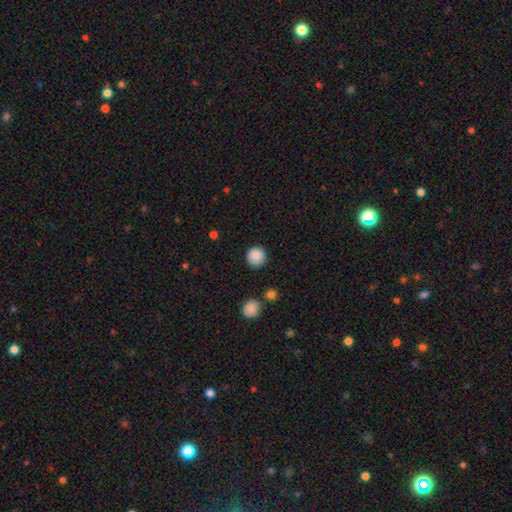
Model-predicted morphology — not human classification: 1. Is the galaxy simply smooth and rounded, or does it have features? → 87% smooth, 9% star or artifact, 4% featured or disk.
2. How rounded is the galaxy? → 95% round, 4% in between, 1% cigar-shaped.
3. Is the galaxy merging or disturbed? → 90% none, 7% minor disturbance, 2% major disturbance, 2% merger.